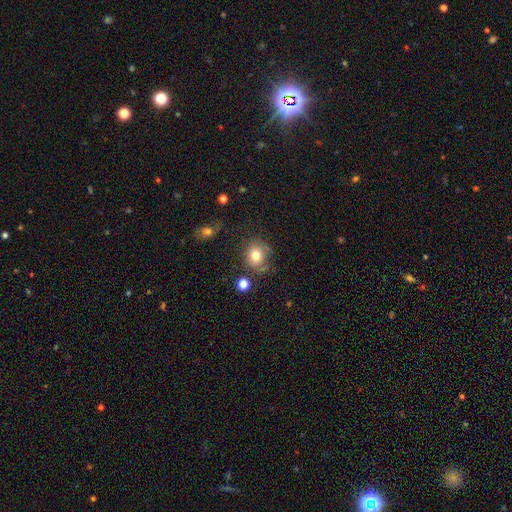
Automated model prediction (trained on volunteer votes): Q: Smooth or featured?
A: smooth (76%); runner-up: star or artifact (12%)
Q: How rounded?
A: round (73%); runner-up: in between (26%)
Q: Merging?
A: none (65%); runner-up: minor disturbance (20%)